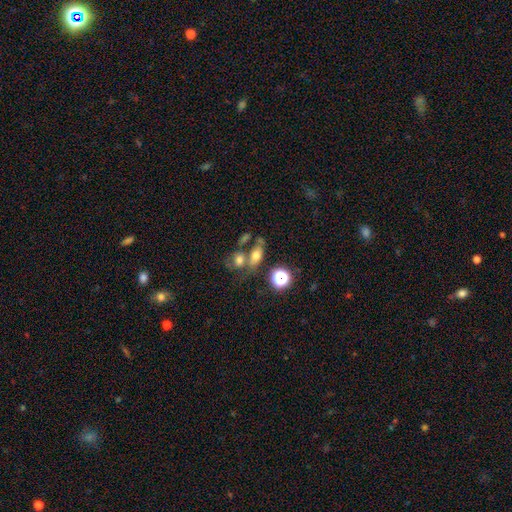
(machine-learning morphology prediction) Smooth or featured?
  - smooth: 63% *
  - featured or disk: 20%
  - star or artifact: 18%
How rounded?
  - in between: 71% *
  - round: 24%
  - cigar-shaped: 5%
Merging?
  - merger: 43% *
  - none: 39%
  - minor disturbance: 11%
  - major disturbance: 7%